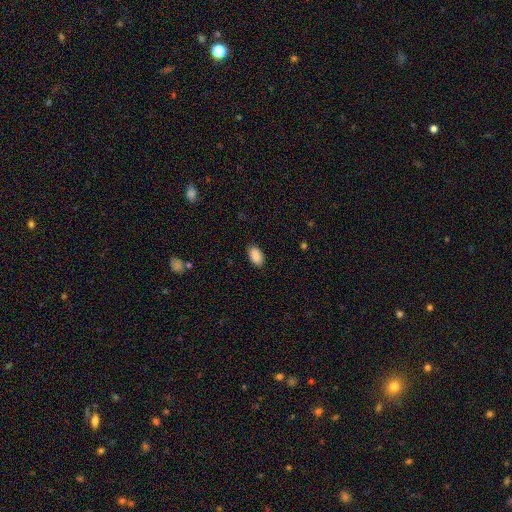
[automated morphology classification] Overall: smooth (90%). How rounded: in between (94%). Merging: none (87%).